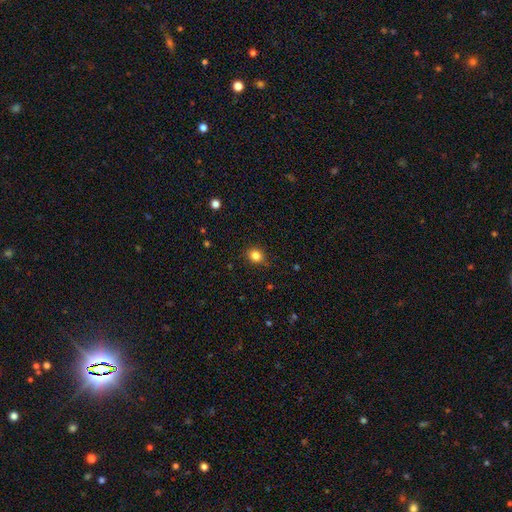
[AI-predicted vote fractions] A smooth galaxy with no disk features (84%) that is round (75%). Merging: none (83%).